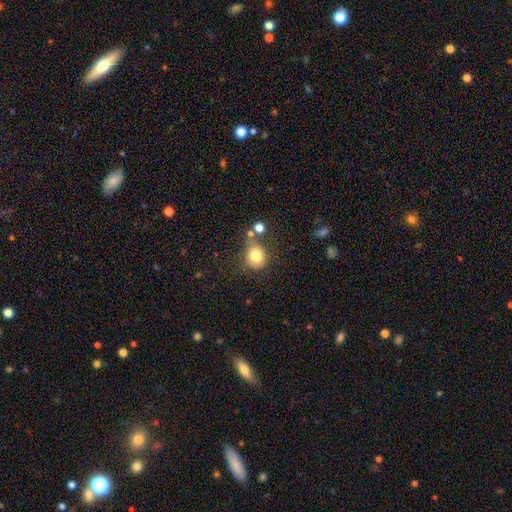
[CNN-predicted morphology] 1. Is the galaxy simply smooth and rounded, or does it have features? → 79% smooth, 11% star or artifact, 10% featured or disk.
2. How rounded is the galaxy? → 75% round, 24% in between, 1% cigar-shaped.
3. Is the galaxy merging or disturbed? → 57% none, 19% minor disturbance, 15% merger, 9% major disturbance.